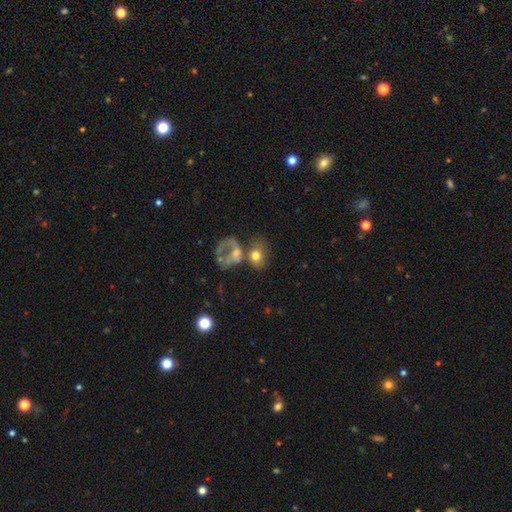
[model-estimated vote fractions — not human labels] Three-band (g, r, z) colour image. It shows a smooth galaxy with no disk features (62%) that is in between round and cigar-shaped (55%). Merging: merger (44%).